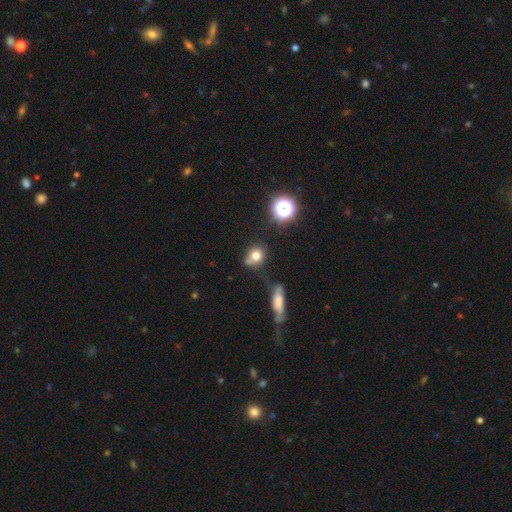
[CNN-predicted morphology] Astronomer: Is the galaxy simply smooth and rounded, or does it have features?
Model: smooth — 74%.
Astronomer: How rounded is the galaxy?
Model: round — 69%.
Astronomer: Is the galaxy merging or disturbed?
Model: none — 60%.